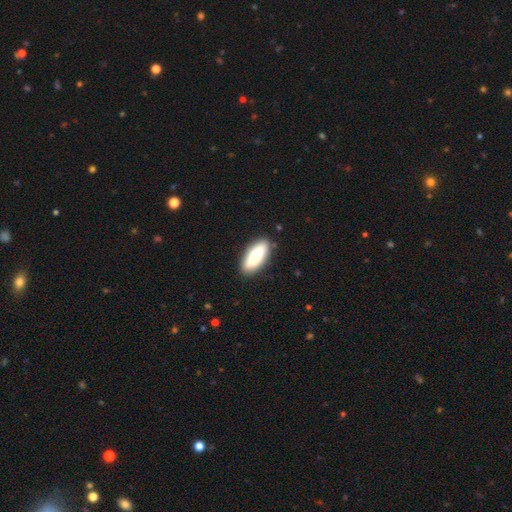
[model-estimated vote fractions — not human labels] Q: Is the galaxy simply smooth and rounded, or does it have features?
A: smooth — 83%.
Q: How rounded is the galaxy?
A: in between — 82%.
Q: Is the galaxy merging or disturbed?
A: none — 87%.